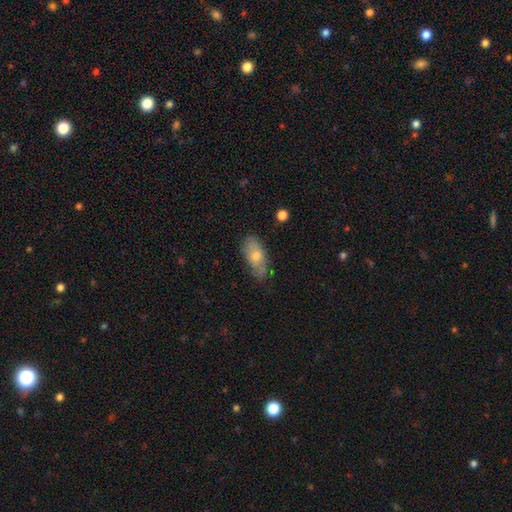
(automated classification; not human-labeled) A smooth galaxy with no disk features (53%) that is in between round and cigar-shaped (87%). Merging: none (62%).